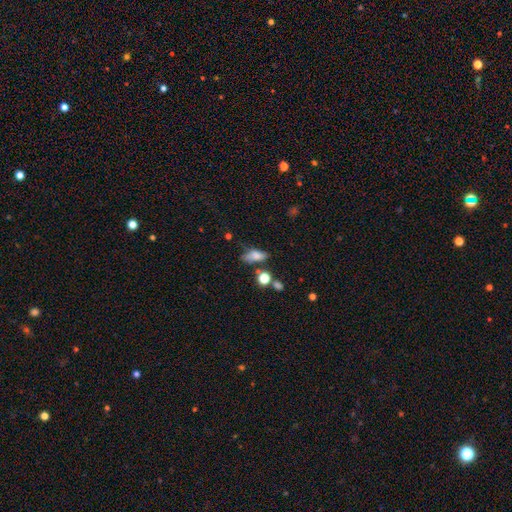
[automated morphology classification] Q: Smooth or featured?
A: smooth (73%); runner-up: featured or disk (15%)
Q: How rounded?
A: in between (74%); runner-up: cigar-shaped (17%)
Q: Merging?
A: none (48%); runner-up: minor disturbance (28%)